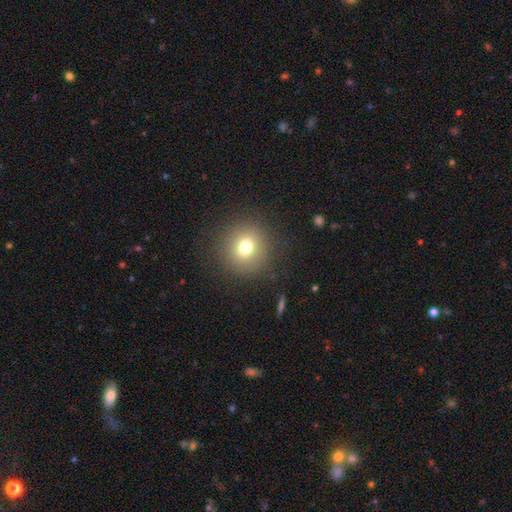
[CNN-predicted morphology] smooth 72%, star or artifact 17%, featured or disk 10%. Down the decision tree: how rounded — round (91%); merging — none (91%).